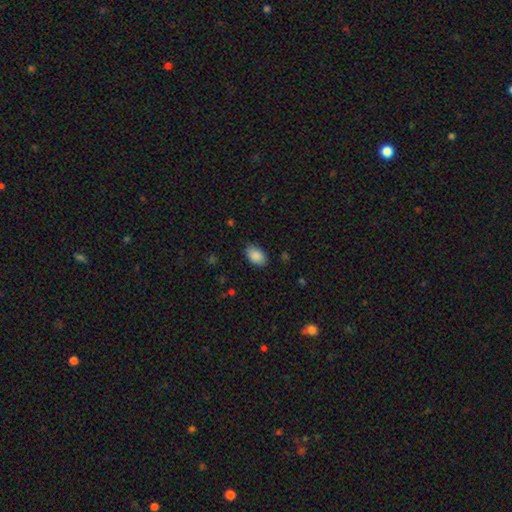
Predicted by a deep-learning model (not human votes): smooth-or-featured: smooth: 89% | star or artifact: 7% | featured or disk: 4%
  how-rounded: in between: 91% | round: 7% | cigar-shaped: 1%
  merging: none: 84% | minor disturbance: 12% | major disturbance: 3% | merger: 1%